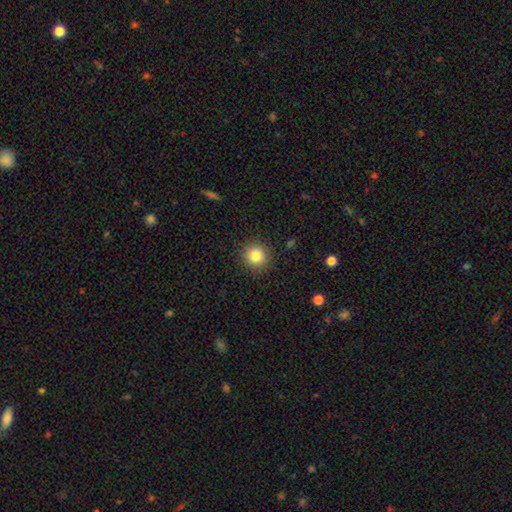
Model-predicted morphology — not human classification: type=smooth (83%); roundness=round (92%); merging=none (91%).